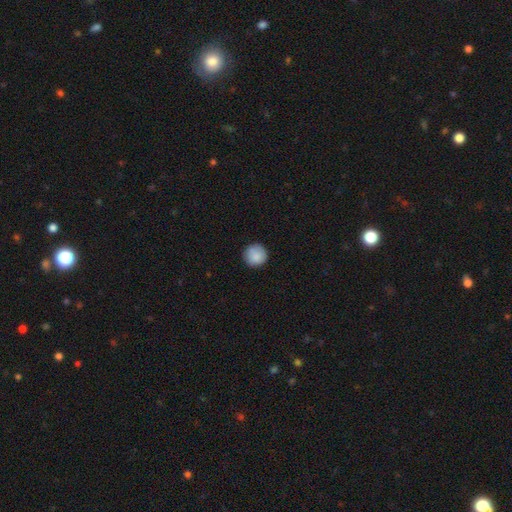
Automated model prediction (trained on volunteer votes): Smooth or featured? Predicted: smooth (p=0.87). How rounded? Predicted: round (p=0.95). Merging? Predicted: none (p=0.88).